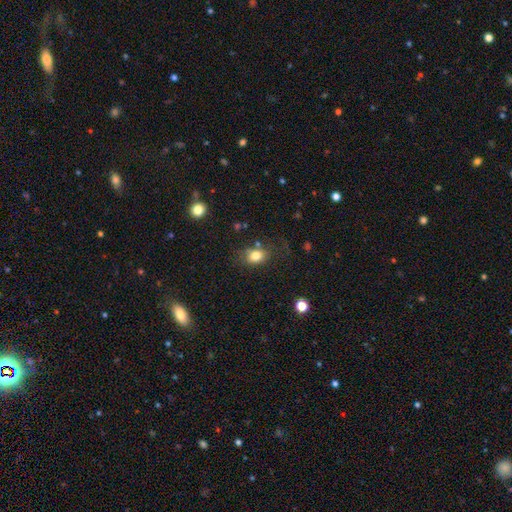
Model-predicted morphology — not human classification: Q: Smooth or featured?
A: smooth (80%); runner-up: star or artifact (10%)
Q: How rounded?
A: in between (63%); runner-up: round (36%)
Q: Merging?
A: none (64%); runner-up: minor disturbance (21%)